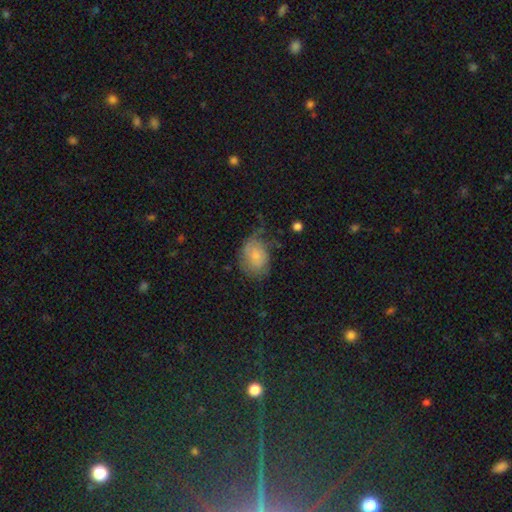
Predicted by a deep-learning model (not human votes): Overall: smooth (69%). How rounded: in between (66%; round 33%). Merging: none (44%; minor disturbance 35%).